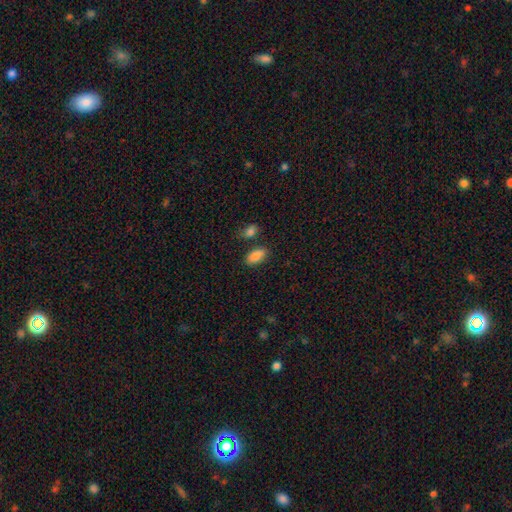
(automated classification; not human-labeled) This is clearly a smooth galaxy (88%). How rounded: clearly in between (90%). Merging: likely none (76%).